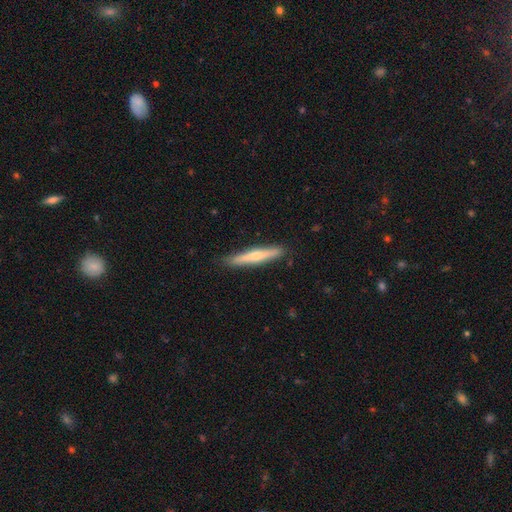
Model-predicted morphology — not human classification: Smooth or featured: smooth — 48% (featured or disk — 47%)
Merging: none — 89% (minor disturbance — 9%)